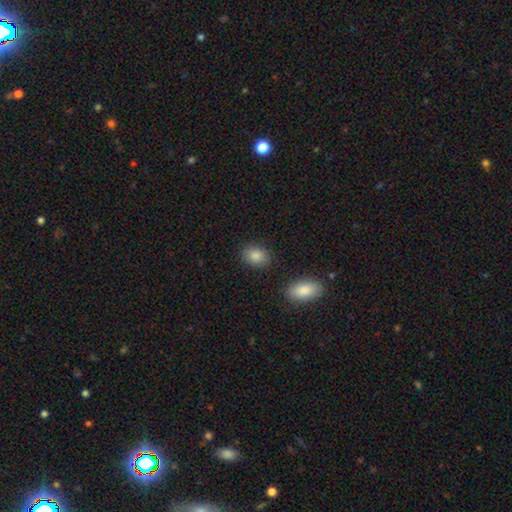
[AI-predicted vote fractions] A smooth galaxy with no disk features (87%) that is in between round and cigar-shaped (63%). Merging: none (83%).